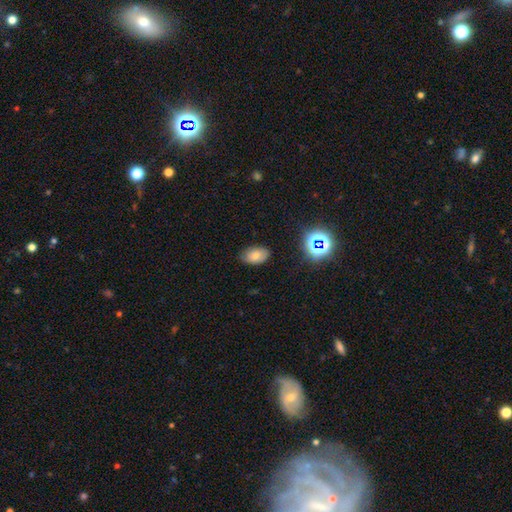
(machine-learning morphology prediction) Smooth or featured? smooth (73%)
How rounded? in between (88%)
Merging? none (81%)